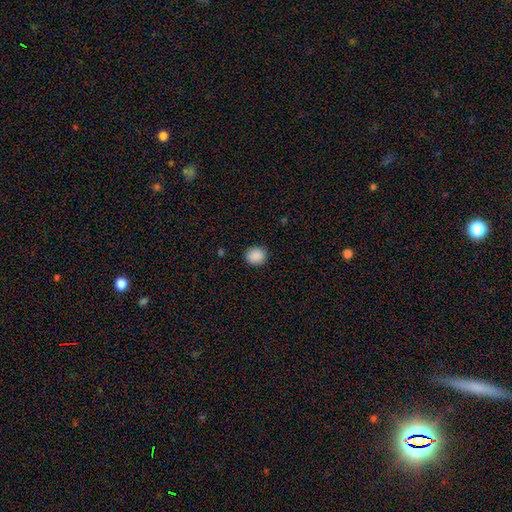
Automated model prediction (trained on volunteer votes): Morphology: type=smooth (89%); roundness=round (78%); merging=none (89%).